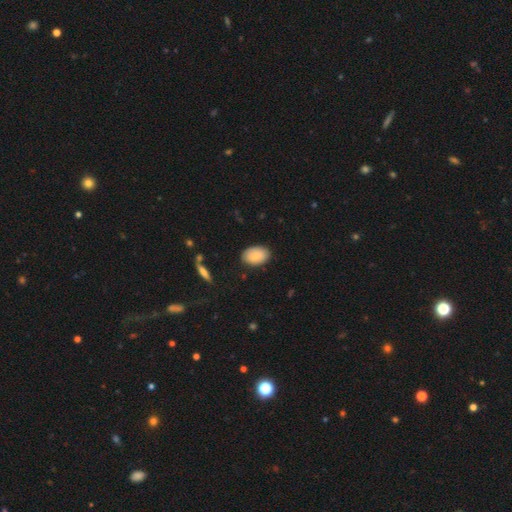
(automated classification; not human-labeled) This appears to be a smooth galaxy with no disk features (86%) that is in between round and cigar-shaped (90%). Merging: none (86%).